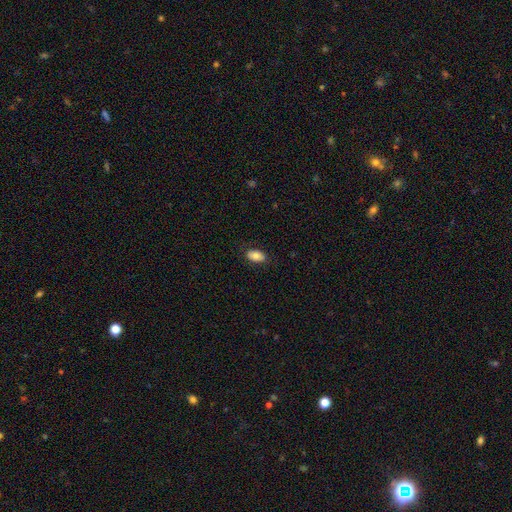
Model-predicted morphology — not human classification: The model was most divided on "smooth or featured": smooth: 78%, featured or disk: 14%, star or artifact: 8%. More confident: how rounded — in between (91%); merging — none (83%).